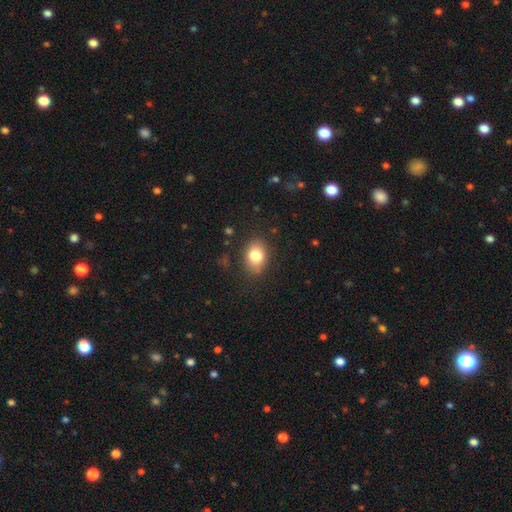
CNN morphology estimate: Smooth or featured: smooth — 81% (featured or disk — 10%)
How rounded: in between — 69% (round — 30%)
Merging: none — 81% (minor disturbance — 13%)